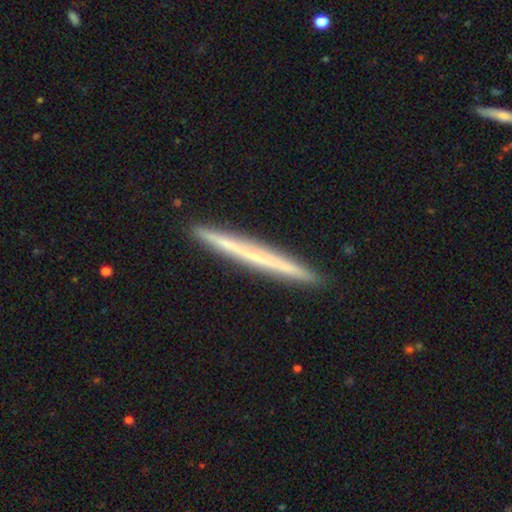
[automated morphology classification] Smooth or featured? Predicted: featured or disk (p=0.52). Edge-on disk? Predicted: yes (p=0.97). Edge-on bulge? Predicted: none (p=0.90). Merging? Predicted: none (p=0.92).